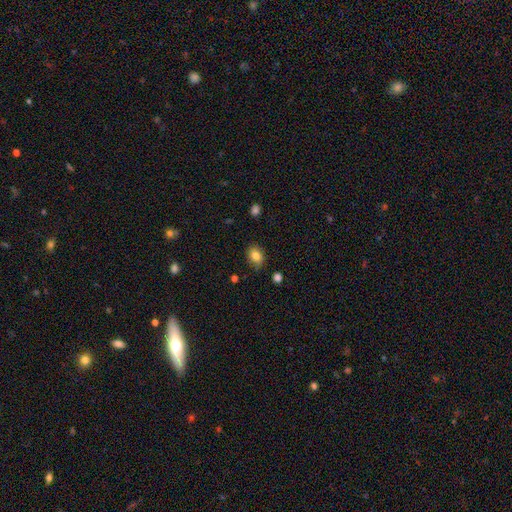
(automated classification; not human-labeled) Overall: smooth (83%). How rounded: in between (62%; round 37%). Merging: none (79%).